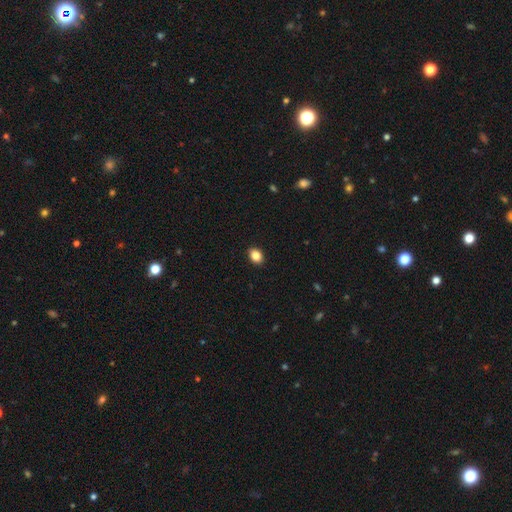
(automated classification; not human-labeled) smooth-or-featured: smooth: 86% | star or artifact: 10% | featured or disk: 4%
  how-rounded: in between: 60% | round: 39% | cigar-shaped: 1%
  merging: none: 91% | minor disturbance: 6% | major disturbance: 2% | merger: 1%